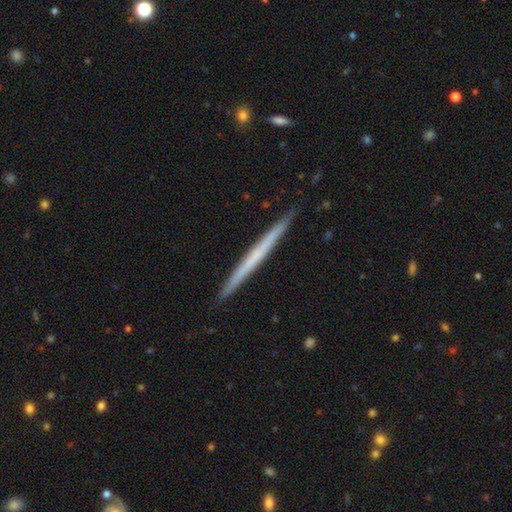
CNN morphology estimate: Smooth or featured? Predicted: featured or disk (p=0.54). Edge-on disk? Predicted: yes (p=0.98). Edge-on bulge? Predicted: none (p=0.89). Merging? Predicted: none (p=0.91).